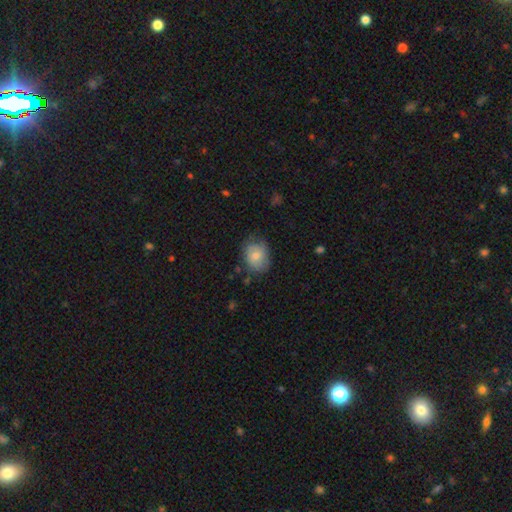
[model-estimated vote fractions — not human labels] Smooth or featured?
  - smooth: 72% *
  - featured or disk: 21%
  - star or artifact: 7%
How rounded?
  - in between: 50% *
  - round: 49%
  - cigar-shaped: 1%
Merging?
  - none: 64% *
  - minor disturbance: 27%
  - major disturbance: 7%
  - merger: 2%